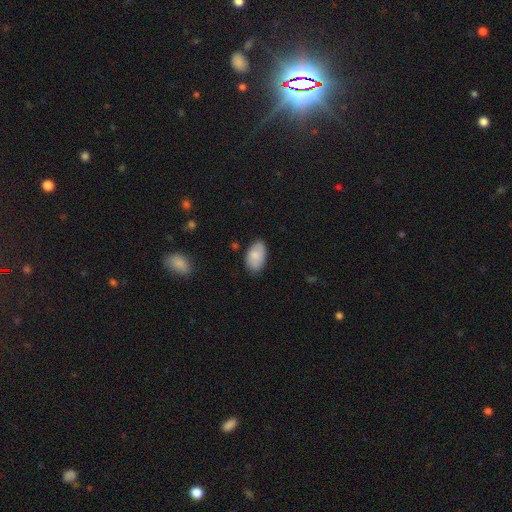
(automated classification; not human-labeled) Smooth or featured? smooth (81%)
How rounded? in between (94%)
Merging? none (76%)